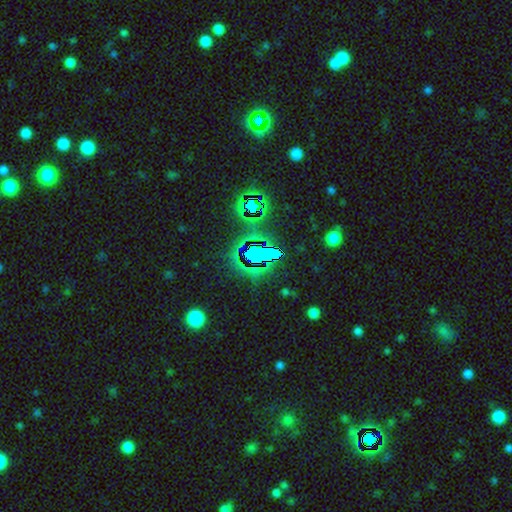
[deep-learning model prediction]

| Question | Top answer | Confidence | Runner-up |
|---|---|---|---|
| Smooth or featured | star or artifact | 80% | smooth (12%) |